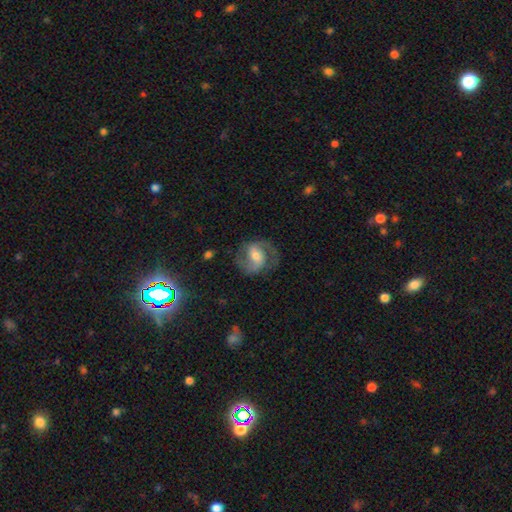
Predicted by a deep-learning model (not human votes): A featured or disk galaxy (81%) with a weak bar (47%), 2 (89%) medium (55%) spiral arms (94%) and a moderate central bulge (56%).

Vote fractions:
- Smooth or featured? featured or disk: 81% / smooth: 14% / star or artifact: 6%
- Edge-on disk? no: 97% / yes: 3%
- Bar? weak: 47% / no: 28% / strong: 25%
- Spiral arms? yes: 94% / no: 6%
- Spiral winding? medium: 55% / loose: 26% / tight: 19%
- Spiral arm count? 2: 89% / can't tell: 4% / 1: 4% / 3: 1% / 4: 1% / more than 4: 1%
- Bulge size? moderate: 56% / small: 35% / large: 6% / none: 2% / dominant: 1%
- Merging? none: 74% / minor disturbance: 15% / major disturbance: 9% / merger: 1%